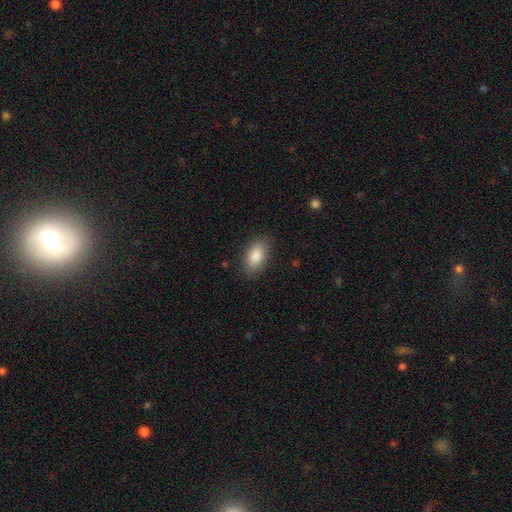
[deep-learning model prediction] Q: Smooth or featured?
A: smooth (87%); runner-up: star or artifact (7%)
Q: How rounded?
A: in between (92%); runner-up: round (5%)
Q: Merging?
A: none (86%); runner-up: minor disturbance (10%)